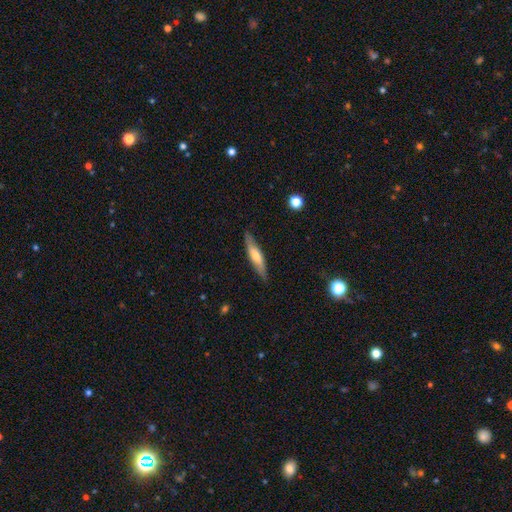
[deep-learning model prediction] The model was most divided on "smooth or featured": smooth: 49%, featured or disk: 45%, star or artifact: 6%. More confident: merging — none (85%).